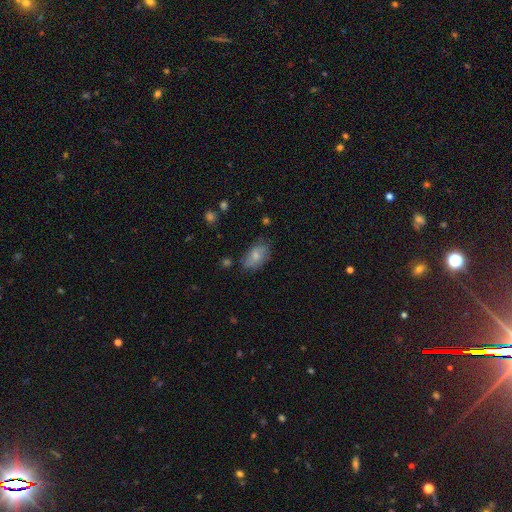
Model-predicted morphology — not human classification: The model was most divided on "merging": none: 68%, minor disturbance: 24%, major disturbance: 6%, merger: 2%. More confident: how rounded — in between (91%); smooth or featured — smooth (73%).